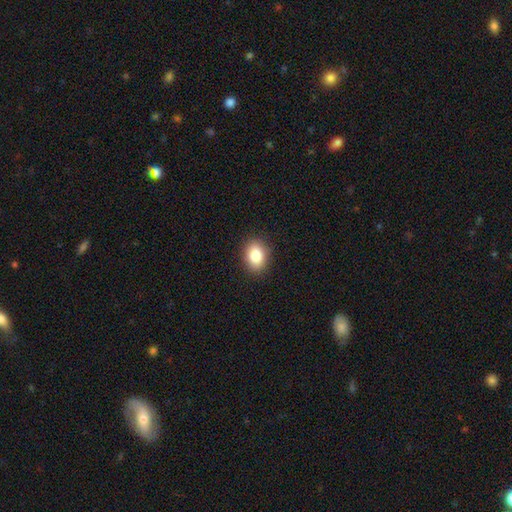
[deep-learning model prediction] The model was most divided on "how rounded": in between: 67%, round: 31%, cigar-shaped: 1%. More confident: merging — none (89%); smooth or featured — smooth (86%).